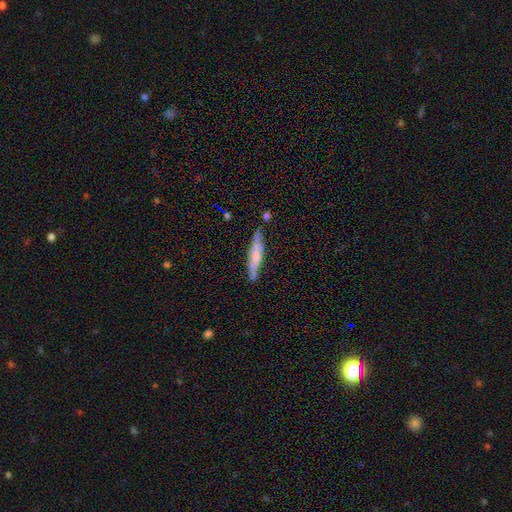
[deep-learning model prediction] This appears to be a smooth galaxy with no disk features (48%). Merging: none (78%).